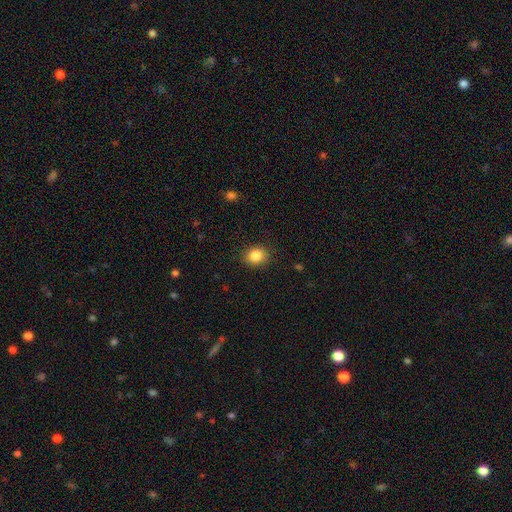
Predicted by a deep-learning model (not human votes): Q: Smooth or featured?
A: smooth (86%); runner-up: star or artifact (9%)
Q: How rounded?
A: round (59%); runner-up: in between (40%)
Q: Merging?
A: none (88%); runner-up: minor disturbance (9%)